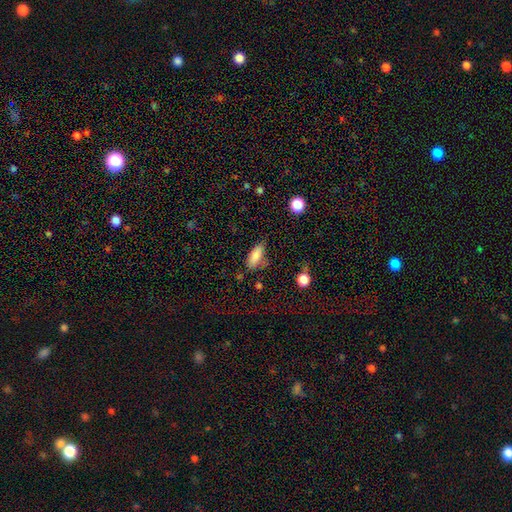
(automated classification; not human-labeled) This is clearly a smooth galaxy (82%). How rounded: likely in between (76%). Merging: possibly none (58%).